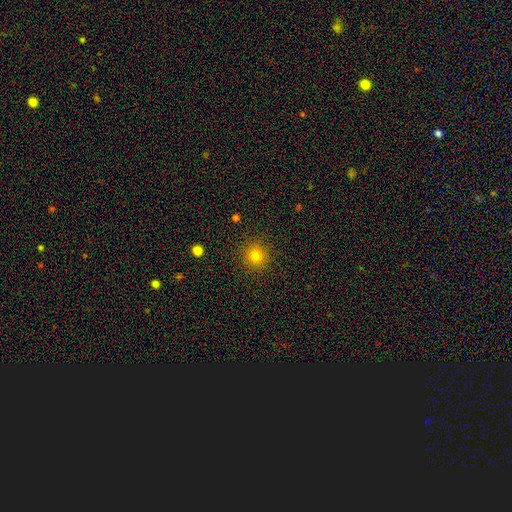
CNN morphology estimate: This appears to be a smooth galaxy with no disk features (80%) that is round (93%). Merging: none (90%).